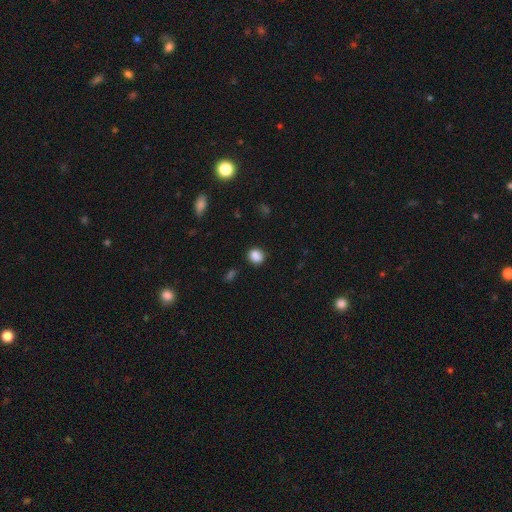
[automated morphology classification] Smooth or featured: smooth — 87% (star or artifact — 10%)
How rounded: round — 66% (in between — 33%)
Merging: none — 85% (minor disturbance — 10%)